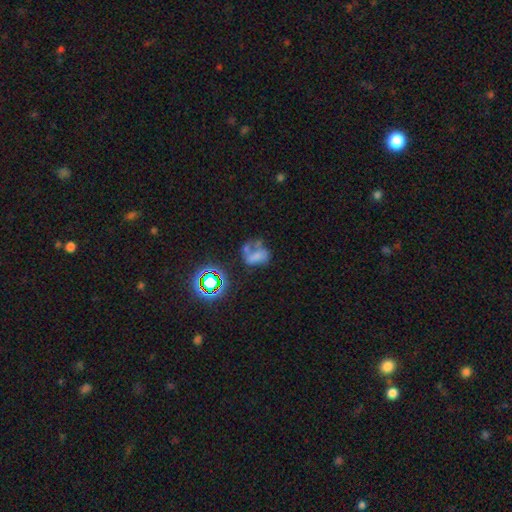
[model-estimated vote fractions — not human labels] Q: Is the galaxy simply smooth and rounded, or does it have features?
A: smooth — 44%.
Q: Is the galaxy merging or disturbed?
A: merger — 29%.